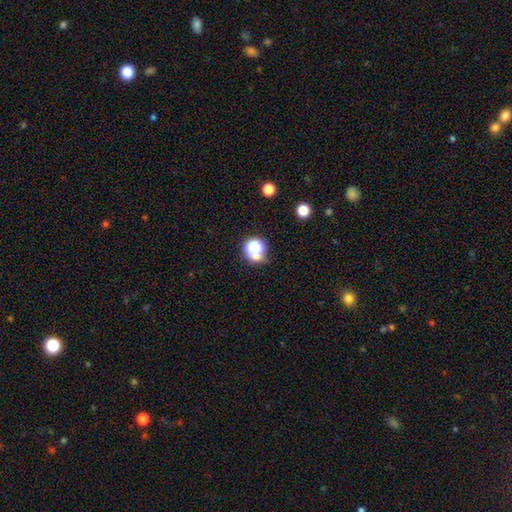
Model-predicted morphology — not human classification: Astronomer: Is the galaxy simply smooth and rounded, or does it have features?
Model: smooth — 49% (runner-up: star or artifact, 43%).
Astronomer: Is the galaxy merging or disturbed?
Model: none — 71%.